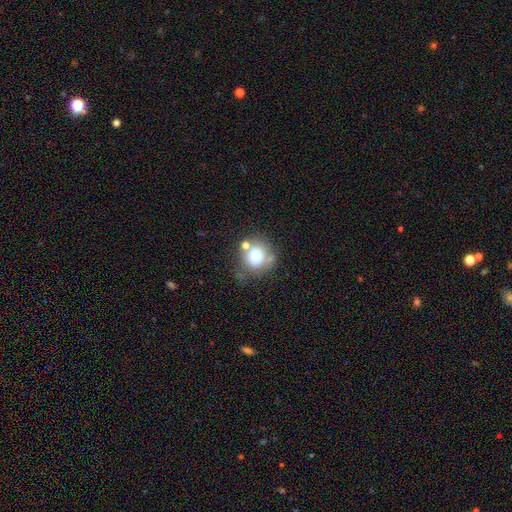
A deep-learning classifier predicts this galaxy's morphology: This appears to be a smooth galaxy with no disk features (71%) that is round (78%). Merging: none (55%).